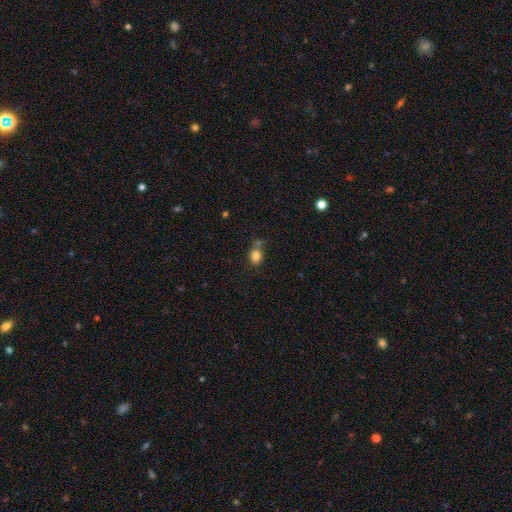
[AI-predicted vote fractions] Morphology: type=smooth (82%); roundness=round (51%); merging=none (55%).